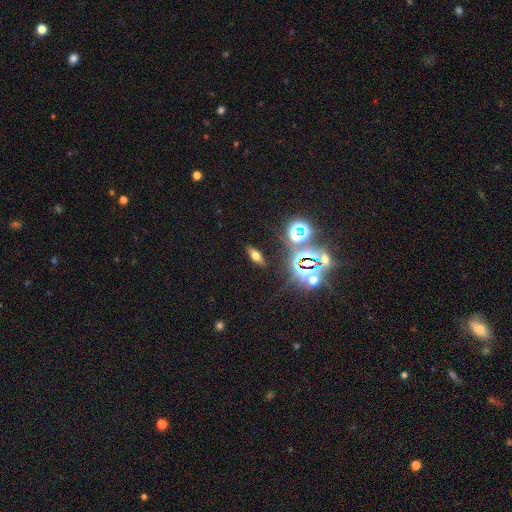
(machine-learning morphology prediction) Smooth or featured? smooth (46%)
Merging? none (87%)